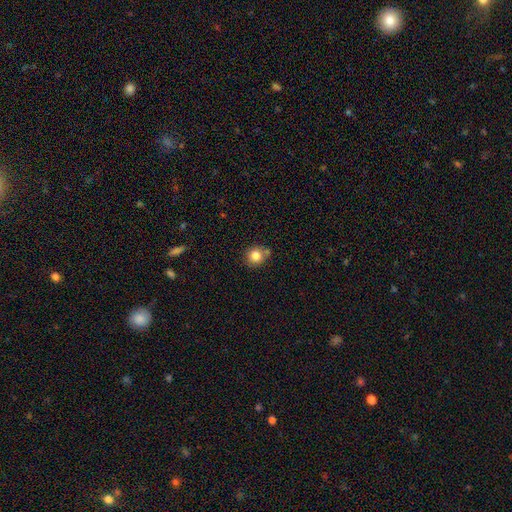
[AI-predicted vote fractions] Q: Smooth or featured?
A: smooth (82%); runner-up: star or artifact (10%)
Q: How rounded?
A: round (88%); runner-up: in between (11%)
Q: Merging?
A: none (68%); runner-up: minor disturbance (14%)